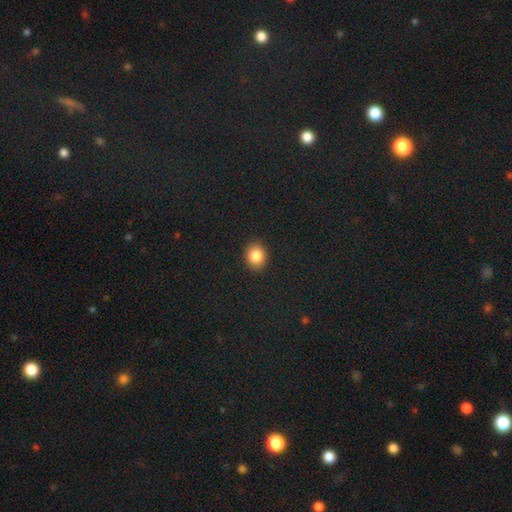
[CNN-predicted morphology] Smooth or featured: smooth — 85% (star or artifact — 10%)
How rounded: round — 70% (in between — 29%)
Merging: none — 90% (minor disturbance — 7%)